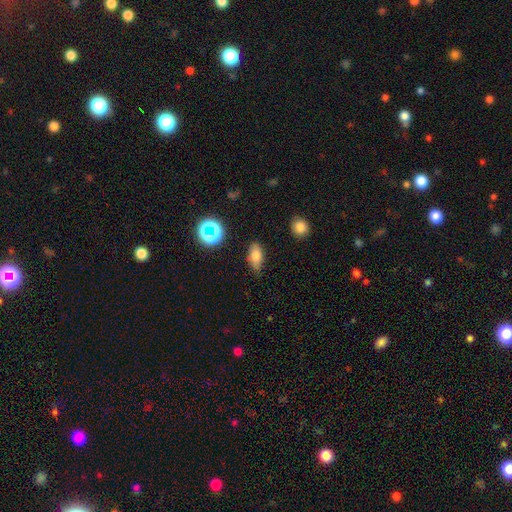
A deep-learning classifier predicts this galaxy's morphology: Smooth or featured: smooth — 75% (featured or disk — 13%)
How rounded: in between — 86% (round — 7%)
Merging: none — 78% (minor disturbance — 17%)